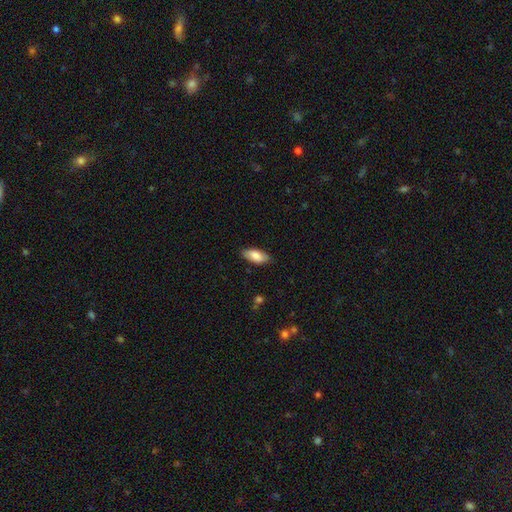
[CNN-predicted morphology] Overall: smooth (83%). How rounded: in between (88%). Merging: none (83%).